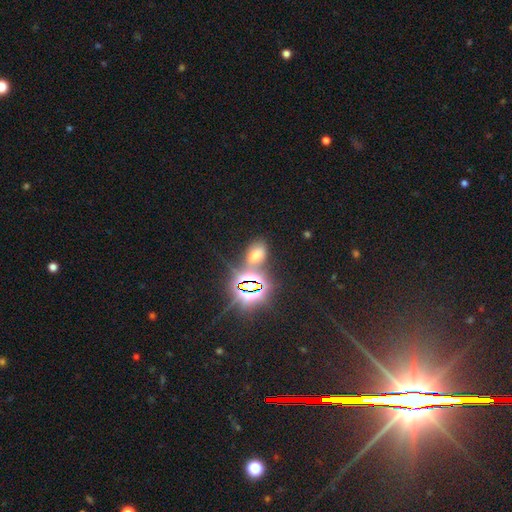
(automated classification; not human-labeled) Smooth or featured? star or artifact (47%)